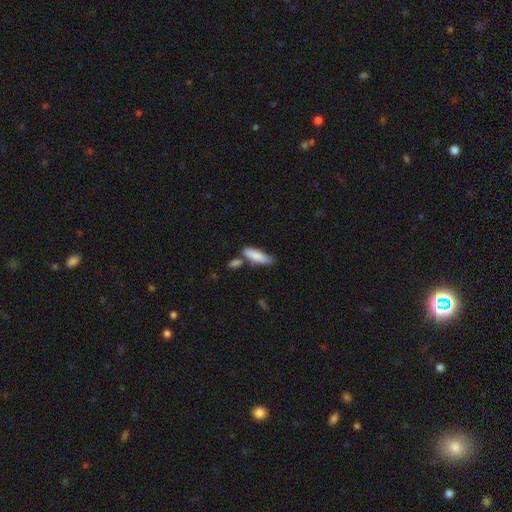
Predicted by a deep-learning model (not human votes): smooth-or-featured: smooth: 83% | featured or disk: 11% | star or artifact: 6%
  how-rounded: in between: 50% | cigar-shaped: 48% | round: 2%
  merging: none: 53% | minor disturbance: 22% | merger: 19% | major disturbance: 6%